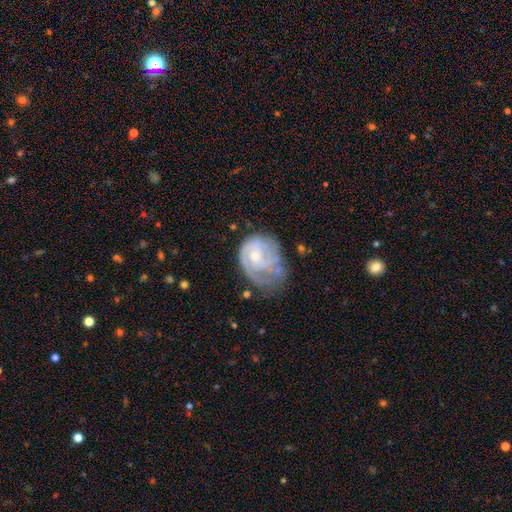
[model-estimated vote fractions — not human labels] Smooth or featured: featured or disk — 70% (smooth — 22%)
Edge-on disk: no — 98% (yes — 2%)
Bar: no — 69% (weak — 27%)
Spiral arms: yes — 80% (no — 20%)
Spiral winding: tight — 52% (medium — 33%)
Spiral arm count: can't tell — 38% (2 — 28%)
Bulge size: small — 61% (moderate — 33%)
Merging: none — 38% (minor disturbance — 30%)